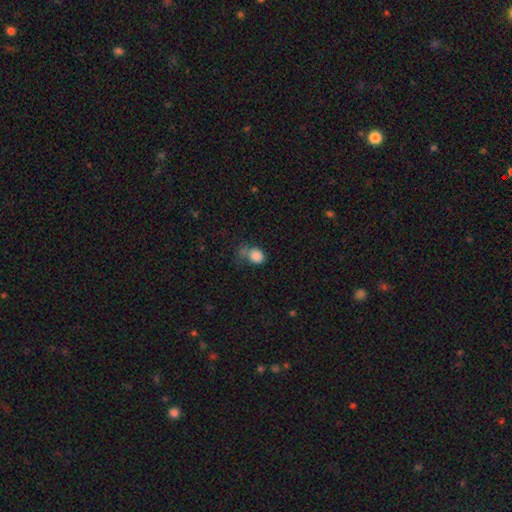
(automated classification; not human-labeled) Q: Smooth or featured?
A: smooth (85%); runner-up: star or artifact (10%)
Q: How rounded?
A: round (59%); runner-up: in between (40%)
Q: Merging?
A: none (45%); runner-up: minor disturbance (25%)